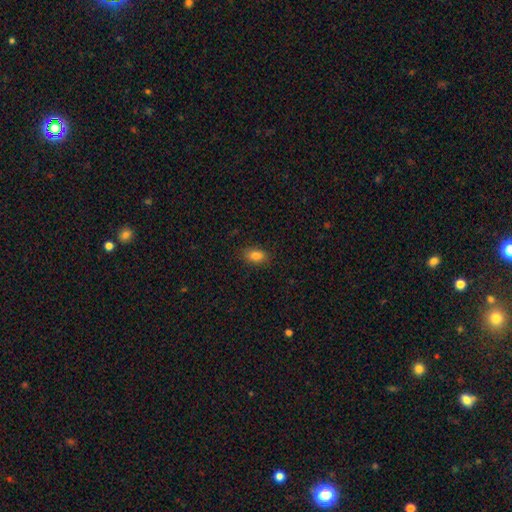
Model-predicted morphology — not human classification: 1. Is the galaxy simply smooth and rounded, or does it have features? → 84% smooth, 10% star or artifact, 7% featured or disk.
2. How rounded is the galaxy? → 87% in between, 11% round, 2% cigar-shaped.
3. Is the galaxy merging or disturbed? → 86% none, 10% minor disturbance, 2% major disturbance, 1% merger.